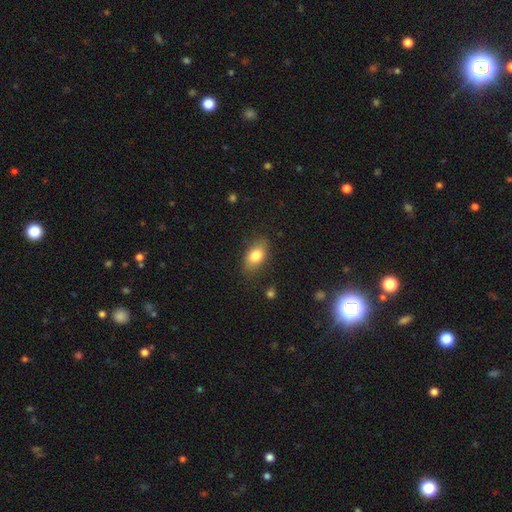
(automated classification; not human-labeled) A smooth galaxy with no disk features (82%) that is in between round and cigar-shaped (88%). Merging: none (80%).